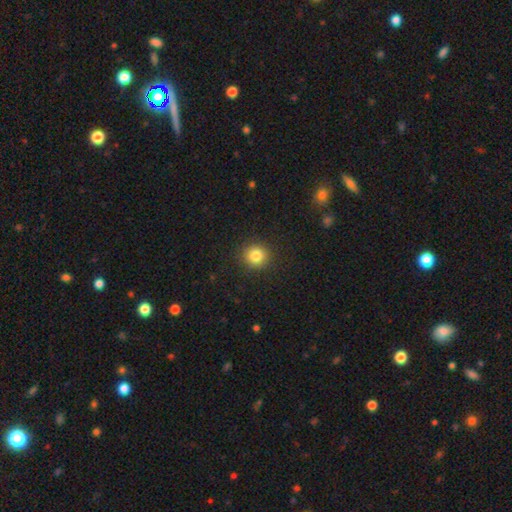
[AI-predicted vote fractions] Smooth or featured?
  - smooth: 84% *
  - star or artifact: 11%
  - featured or disk: 5%
How rounded?
  - round: 92% *
  - in between: 7%
  - cigar-shaped: 1%
Merging?
  - none: 91% *
  - minor disturbance: 6%
  - major disturbance: 2%
  - merger: 1%